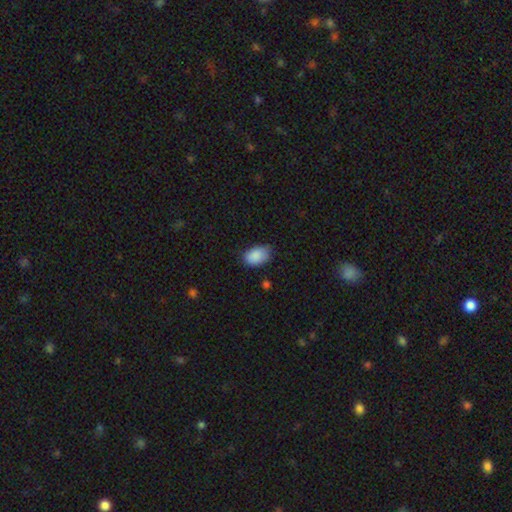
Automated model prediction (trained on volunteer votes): This appears to be a smooth galaxy with no disk features (88%) that is in between round and cigar-shaped (89%). Merging: none (68%).